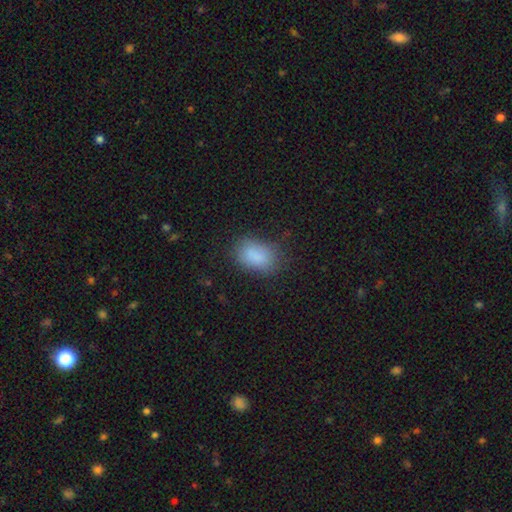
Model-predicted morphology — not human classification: smooth_or_featured: smooth (p=0.85) [alt: star or artifact p=0.09]
how_rounded: in between (p=0.83) [alt: round p=0.16]
merging: none (p=0.70) [alt: minor disturbance p=0.20]